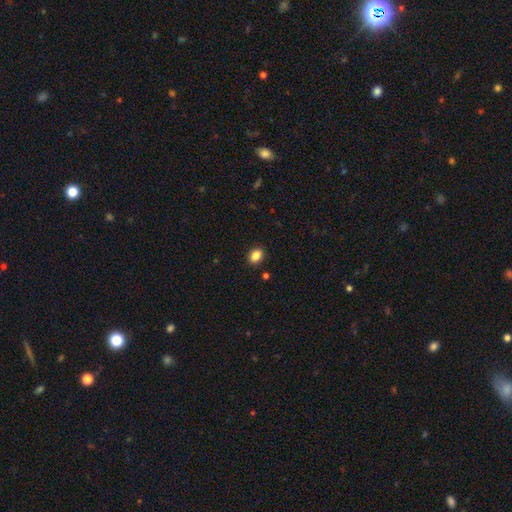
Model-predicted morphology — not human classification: Overall: smooth (86%). How rounded: in between (62%; round 37%). Merging: none (89%).